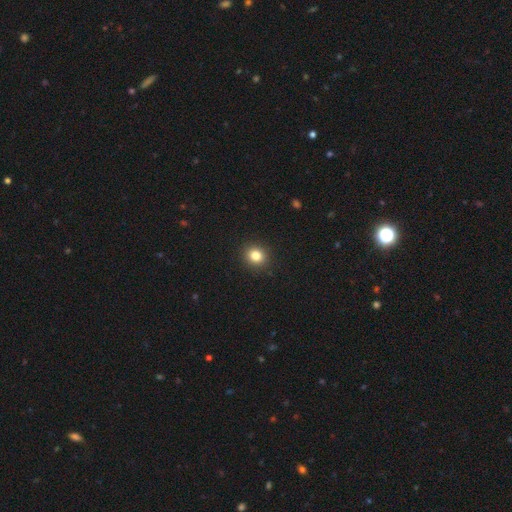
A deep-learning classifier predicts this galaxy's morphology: Overall: smooth (83%). How rounded: round (78%). Merging: none (91%).